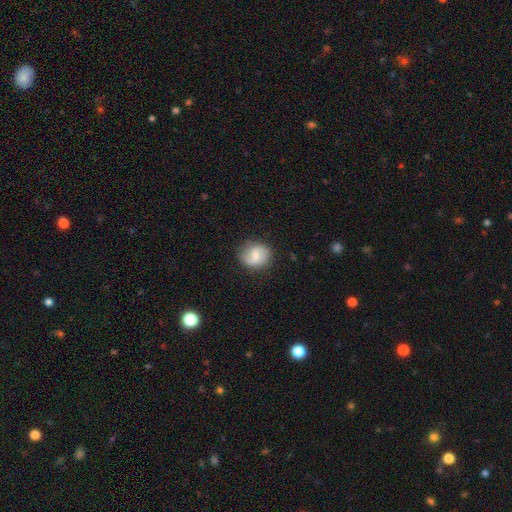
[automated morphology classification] Smooth or featured?
  - smooth: 56% *
  - featured or disk: 37%
  - star or artifact: 8%
How rounded?
  - round: 74% *
  - in between: 25%
  - cigar-shaped: 1%
Merging?
  - none: 76% *
  - minor disturbance: 17%
  - major disturbance: 5%
  - merger: 1%